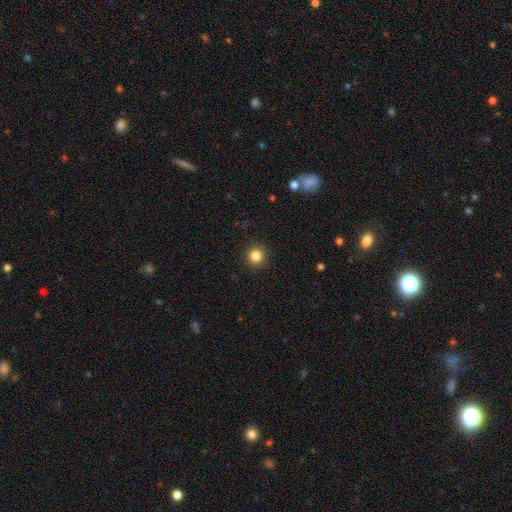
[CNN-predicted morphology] The model was most divided on "smooth or featured": smooth: 84%, star or artifact: 11%, featured or disk: 4%. More confident: how rounded — round (93%); merging — none (92%).